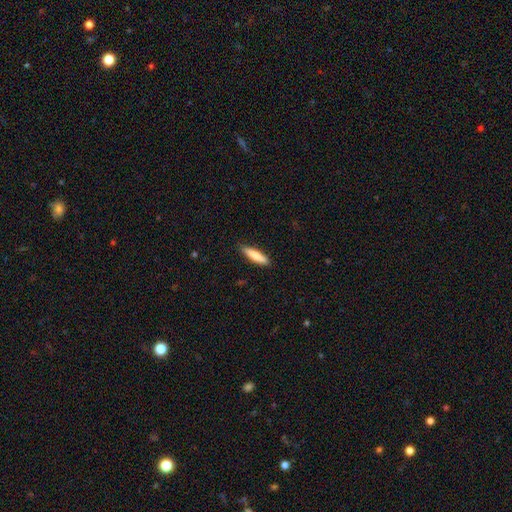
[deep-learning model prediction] Overall: smooth (79%). How rounded: cigar-shaped (79%). Merging: none (88%).